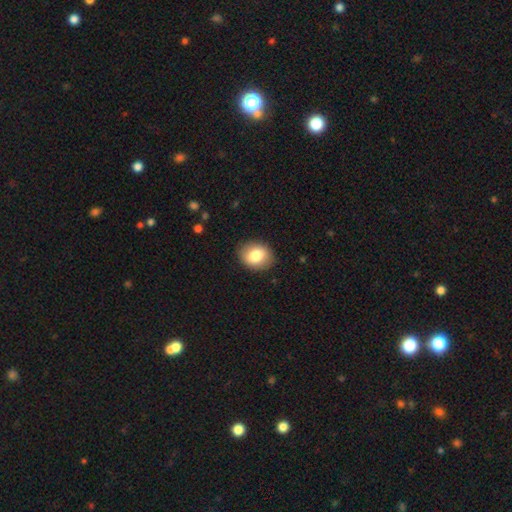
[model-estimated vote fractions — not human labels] A smooth galaxy with no disk features (81%) that is in between round and cigar-shaped (51%).

Vote fractions:
- Smooth or featured? smooth: 81% / featured or disk: 11% / star or artifact: 8%
- How rounded? in between: 51% / round: 48% / cigar-shaped: 1%
- Merging? none: 88% / minor disturbance: 9% / major disturbance: 2% / merger: 1%